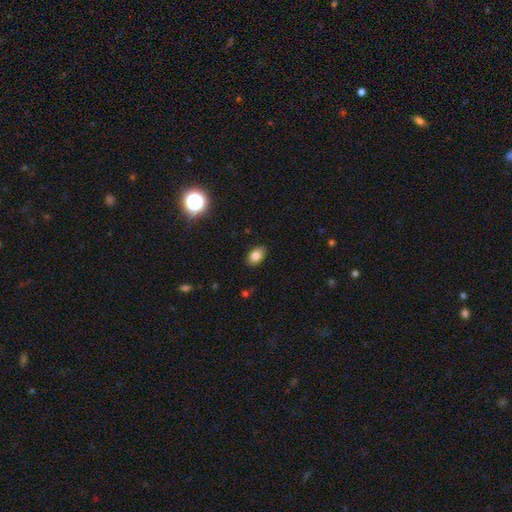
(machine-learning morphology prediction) smooth-or-featured: smooth: 83% | star or artifact: 10% | featured or disk: 8%
  how-rounded: in between: 86% | round: 13% | cigar-shaped: 1%
  merging: none: 85% | minor disturbance: 12% | major disturbance: 2% | merger: 1%